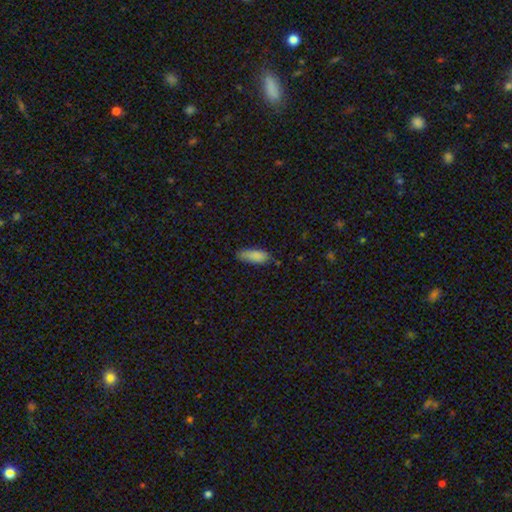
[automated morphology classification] A smooth galaxy with no disk features (86%) that is in between round and cigar-shaped (79%). Merging: none (67%).